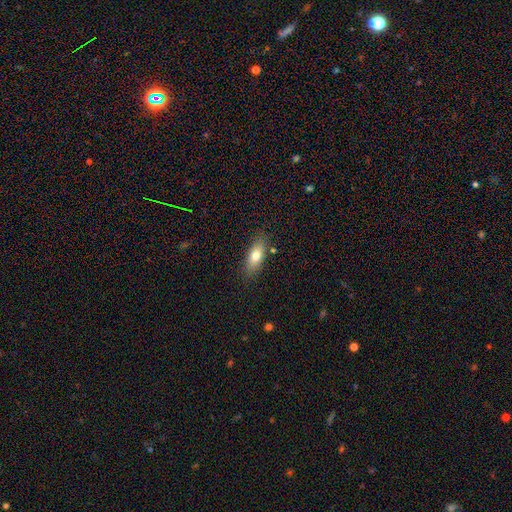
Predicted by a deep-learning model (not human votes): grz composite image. It shows a smooth galaxy with no disk features (75%) that is in between round and cigar-shaped (76%). Merging: none (82%).